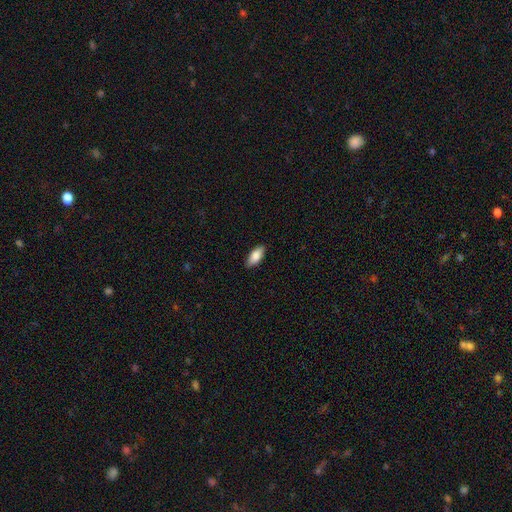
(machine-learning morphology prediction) smooth_or_featured: smooth (p=0.84) [alt: featured or disk p=0.10]
how_rounded: in between (p=0.85) [alt: cigar-shaped p=0.13]
merging: none (p=0.88) [alt: minor disturbance p=0.09]